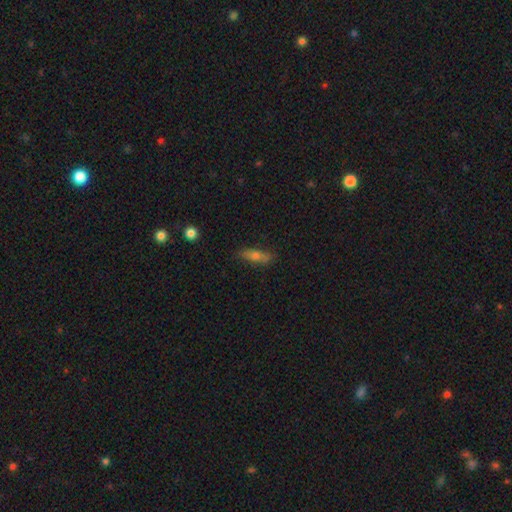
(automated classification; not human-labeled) Overall: smooth (64%; featured or disk 27%). How rounded: cigar-shaped (56%; in between 41%). Merging: none (77%).